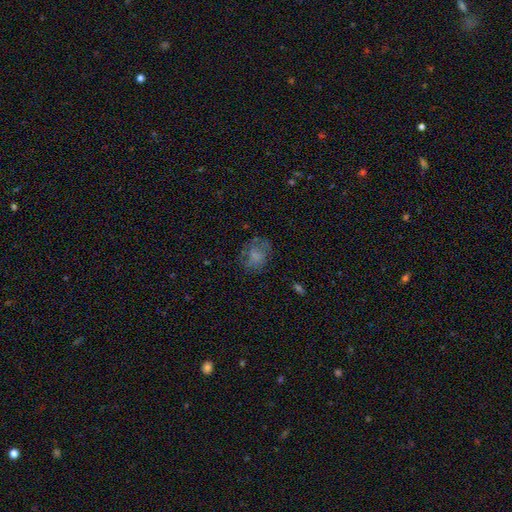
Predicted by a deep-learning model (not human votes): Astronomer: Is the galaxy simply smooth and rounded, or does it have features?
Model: smooth — 58%.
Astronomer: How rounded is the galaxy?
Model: in between — 54% (runner-up: round, 45%).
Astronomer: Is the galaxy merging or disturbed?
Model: none — 60%.